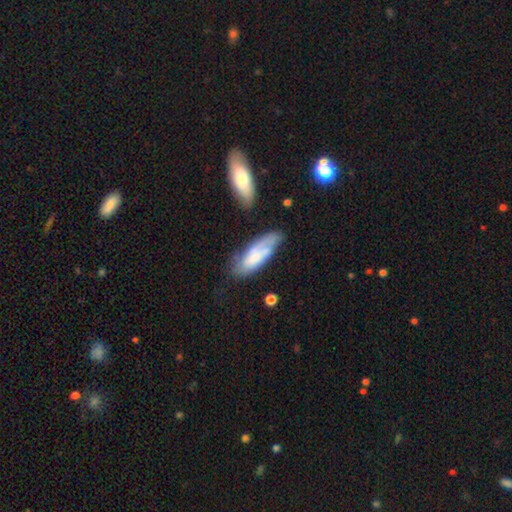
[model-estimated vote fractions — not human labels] smooth_or_featured: smooth (p=0.54) [alt: featured or disk p=0.39]
how_rounded: in between (p=0.68) [alt: cigar-shaped p=0.30]
merging: none (p=0.50) [alt: minor disturbance p=0.27]